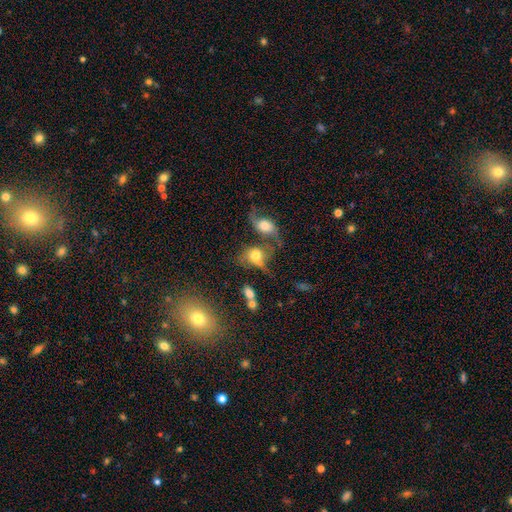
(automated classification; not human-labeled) This appears to be a smooth galaxy with no disk features (54%) that is in between round and cigar-shaped (56%). Merging: merger (50%).